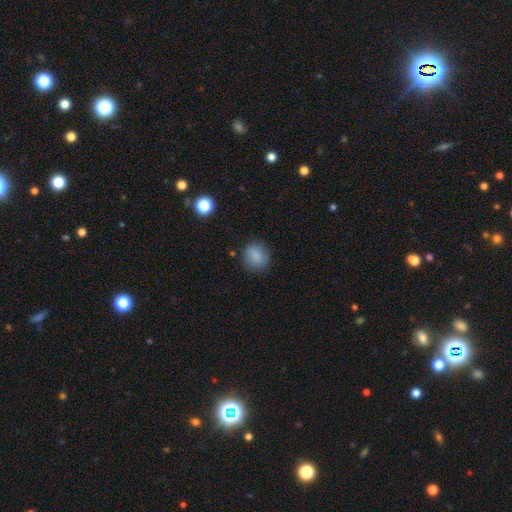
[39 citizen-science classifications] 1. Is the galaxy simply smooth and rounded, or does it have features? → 82% smooth, 10% star or artifact, 8% featured or disk.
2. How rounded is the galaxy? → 88% round, 9% in between, 3% cigar-shaped.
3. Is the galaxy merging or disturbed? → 83% none, 14% minor disturbance, 3% merger, 0% major disturbance.